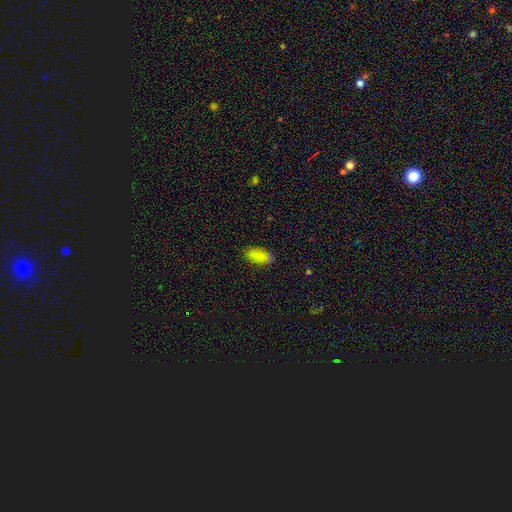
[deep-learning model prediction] smooth-or-featured: smooth: 83% | star or artifact: 10% | featured or disk: 7%
  how-rounded: in between: 90% | cigar-shaped: 7% | round: 3%
  merging: none: 77% | minor disturbance: 17% | major disturbance: 4% | merger: 2%